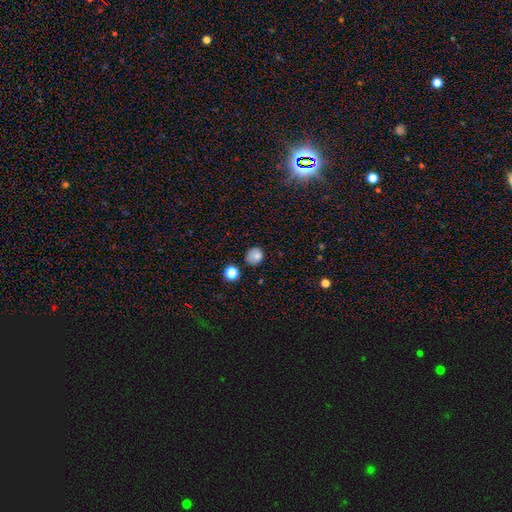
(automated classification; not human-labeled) Smooth or featured? Predicted: smooth (p=0.81). How rounded? Predicted: round (p=0.75). Merging? Predicted: none (p=0.68).